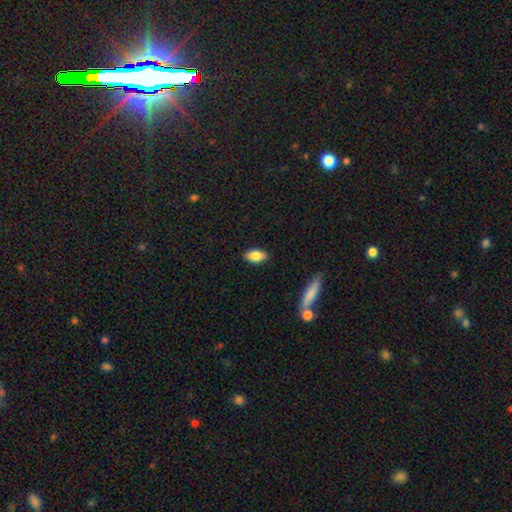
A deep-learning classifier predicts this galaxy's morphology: This is clearly a smooth galaxy (82%). How rounded: clearly in between (87%). Merging: clearly none (87%).